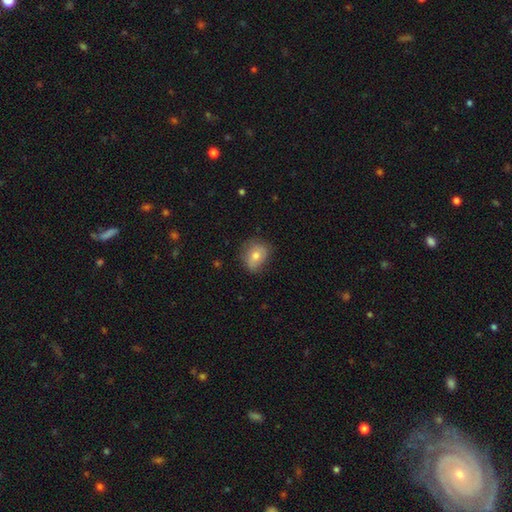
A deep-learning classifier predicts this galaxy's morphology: type=smooth (72%); roundness=round (53%); merging=none (66%).